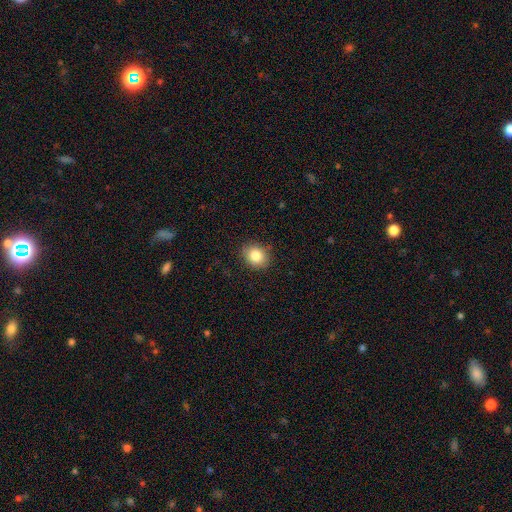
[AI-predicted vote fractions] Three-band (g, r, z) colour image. It shows a smooth galaxy with no disk features (83%) that is round (60%). Merging: none (86%).